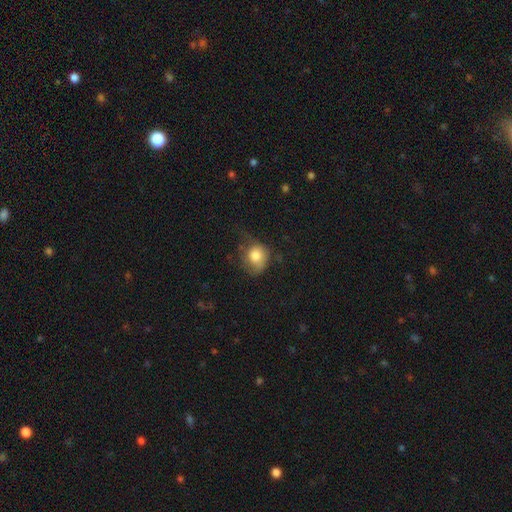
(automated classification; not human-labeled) The model was most divided on "merging": none: 40%, minor disturbance: 34%, major disturbance: 24%, merger: 2%. More confident: smooth or featured — smooth (78%); how rounded — round (72%).